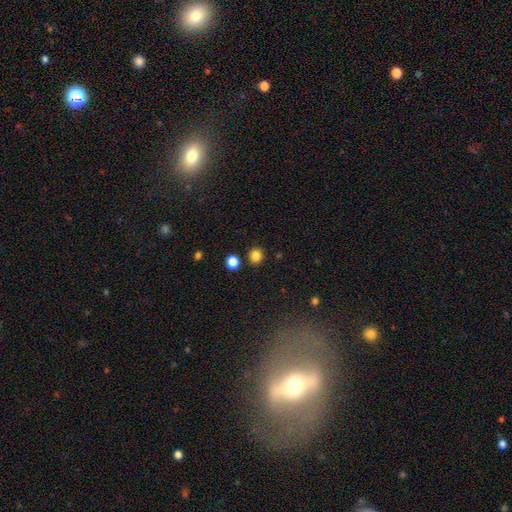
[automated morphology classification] A smooth galaxy with no disk features (84%) that is round (83%).

Vote fractions:
- Smooth or featured? smooth: 84% / star or artifact: 12% / featured or disk: 4%
- How rounded? round: 83% / in between: 16% / cigar-shaped: 1%
- Merging? none: 87% / minor disturbance: 6% / merger: 4% / major disturbance: 2%